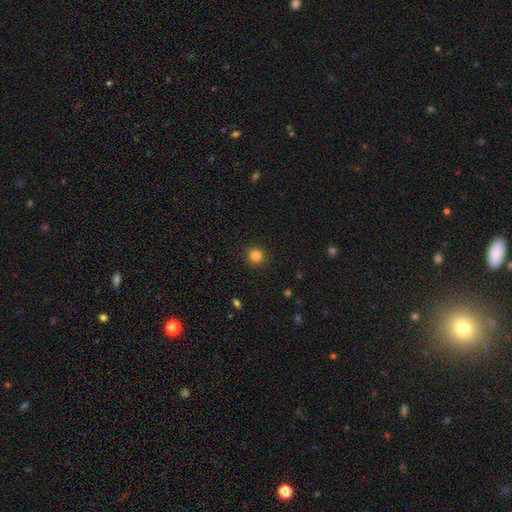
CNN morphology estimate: smooth 84%, star or artifact 12%, featured or disk 4%. Down the decision tree: how rounded — round (94%); merging — none (92%).